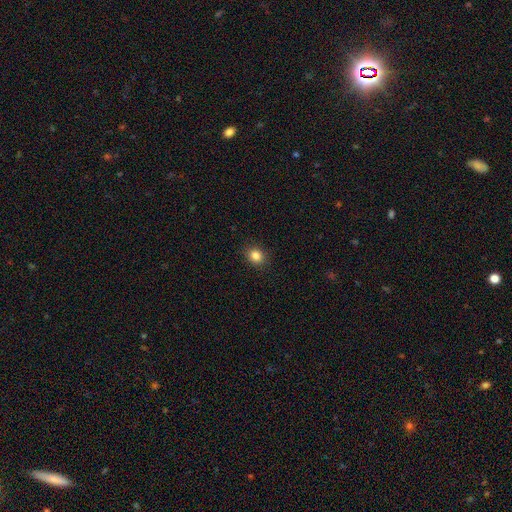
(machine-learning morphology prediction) This appears to be a smooth galaxy with no disk features (84%) that is round (68%). Merging: none (90%).